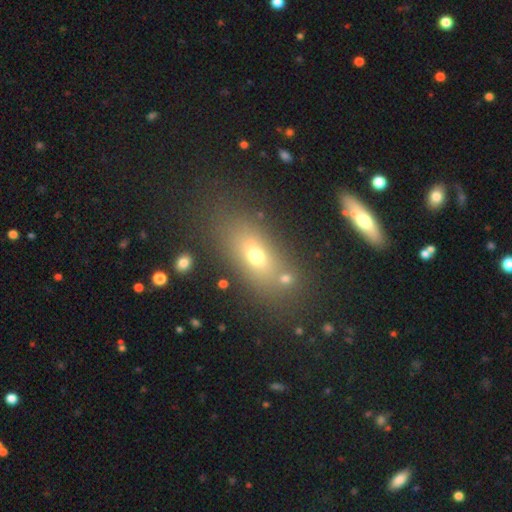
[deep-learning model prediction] Smooth or featured?
  - smooth: 64% *
  - featured or disk: 19%
  - star or artifact: 17%
How rounded?
  - in between: 74% *
  - round: 15%
  - cigar-shaped: 11%
Merging?
  - none: 71% *
  - minor disturbance: 12%
  - merger: 11%
  - major disturbance: 6%